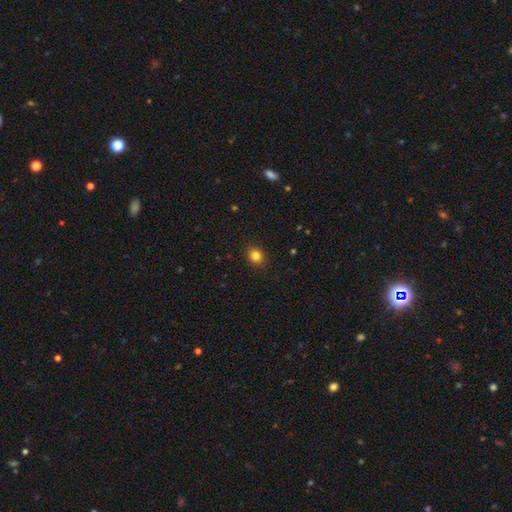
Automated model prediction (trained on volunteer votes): Overall: smooth (82%). How rounded: round (73%). Merging: none (91%).